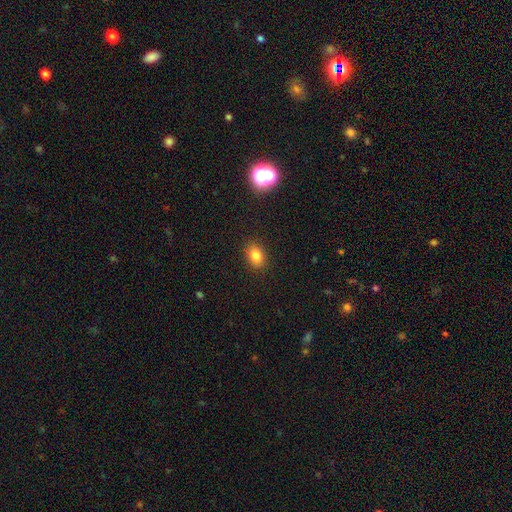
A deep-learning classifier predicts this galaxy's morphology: Overall: smooth (82%). How rounded: in between (74%). Merging: none (88%).